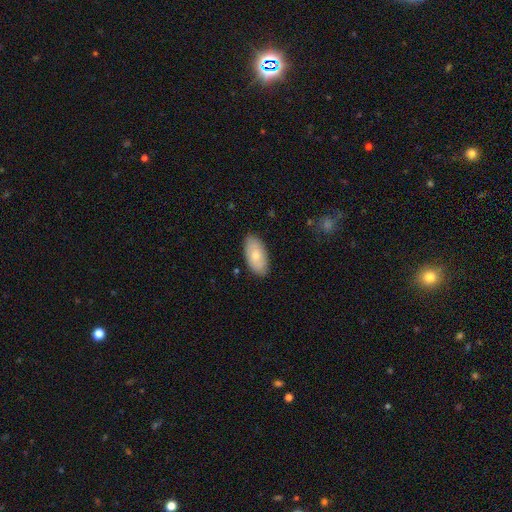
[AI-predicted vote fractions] Smooth or featured? smooth (73%)
How rounded? in between (95%)
Merging? none (85%)